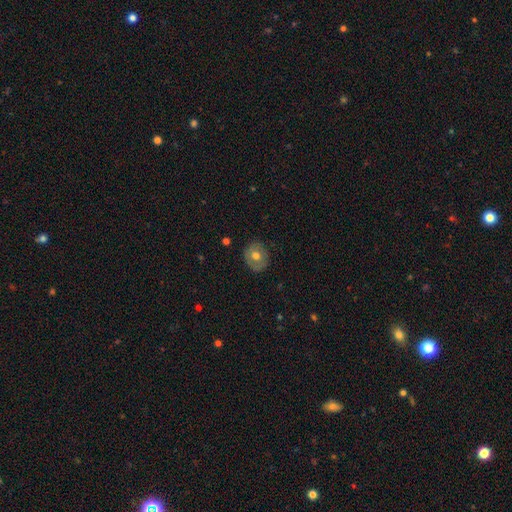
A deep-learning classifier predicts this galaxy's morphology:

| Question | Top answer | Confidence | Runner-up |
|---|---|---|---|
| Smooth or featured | smooth | 60% | featured or disk (33%) |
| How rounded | round | 73% | in between (26%) |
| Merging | none | 84% | minor disturbance (12%) |